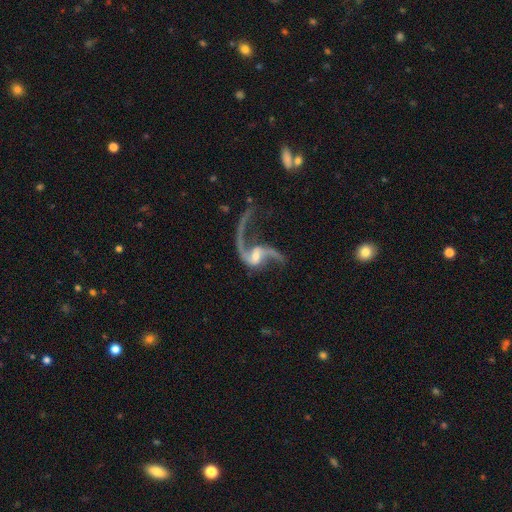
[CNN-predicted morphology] smooth-or-featured: featured or disk: 90% | star or artifact: 5% | smooth: 4%
  disk-edge-on: no: 97% | yes: 3%
    bar: weak: 44% | no: 36% | strong: 20%
    has-spiral-arms: yes: 95% | no: 5%
      spiral-winding: loose: 89% | medium: 9% | tight: 2%
      spiral-arm-count: 2: 86% | 1: 8% | can't tell: 2% | 3: 2% | 4: 1% | more than 4: 1%
    bulge-size: small: 47% | moderate: 43% | none: 6% | large: 3% | dominant: 1%
  merging: none: 46% | major disturbance: 31% | minor disturbance: 15% | merger: 8%